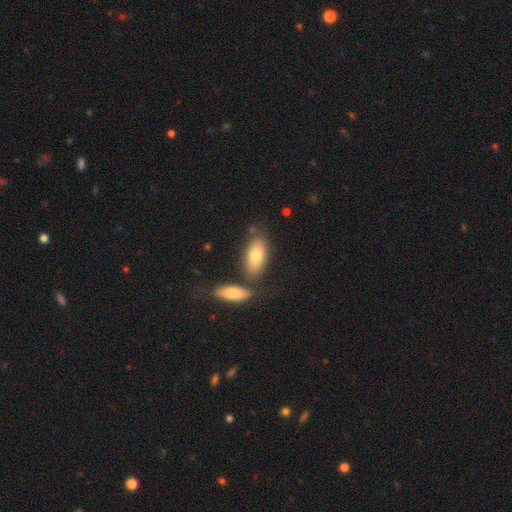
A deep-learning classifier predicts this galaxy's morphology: smooth 78%, featured or disk 16%, star or artifact 7%. Down the decision tree: how rounded — in between (88%); merging — none (63%).